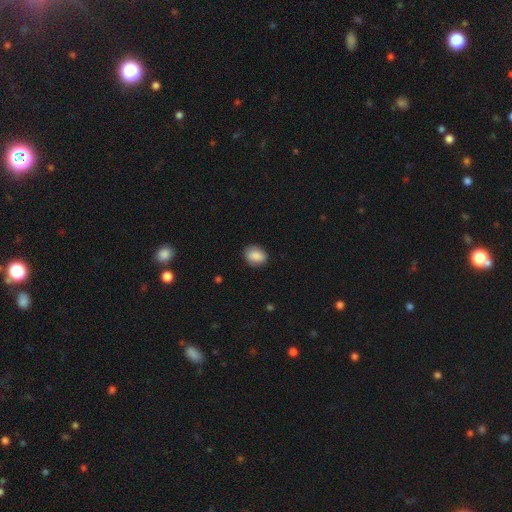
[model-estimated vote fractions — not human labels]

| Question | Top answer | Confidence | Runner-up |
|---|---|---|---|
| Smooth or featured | smooth | 88% | star or artifact (7%) |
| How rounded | in between | 66% | round (33%) |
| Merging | none | 84% | minor disturbance (12%) |